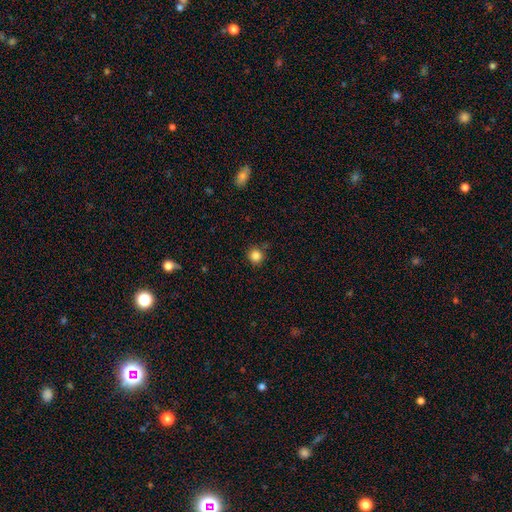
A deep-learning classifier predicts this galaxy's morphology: Smooth or featured? smooth (85%)
How rounded? round (94%)
Merging? none (84%)